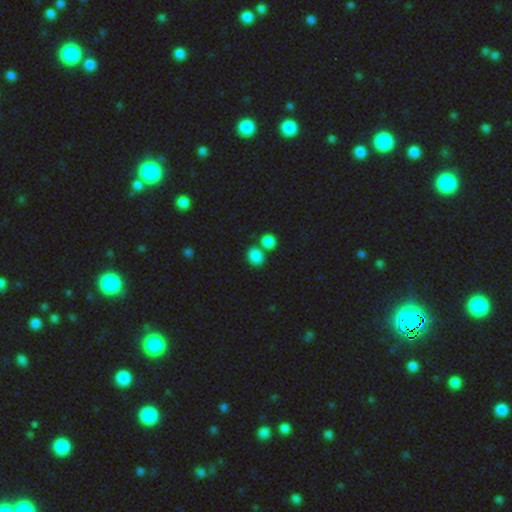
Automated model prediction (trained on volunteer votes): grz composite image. It shows a smooth galaxy with no disk features (84%) that is round (53%). Merging: none (55%).